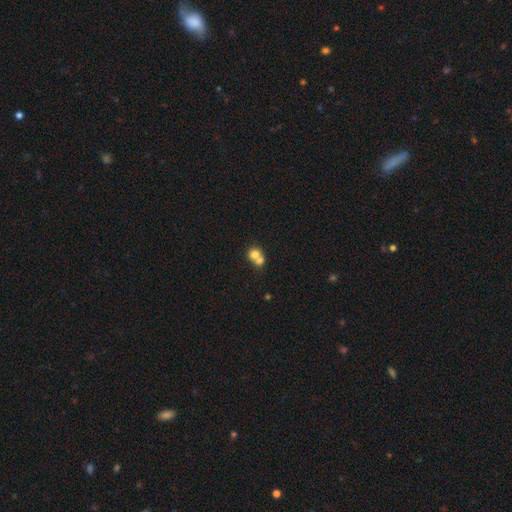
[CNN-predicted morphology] Q: Smooth or featured?
A: smooth (73%); runner-up: featured or disk (16%)
Q: How rounded?
A: round (78%); runner-up: in between (22%)
Q: Merging?
A: merger (64%); runner-up: none (28%)